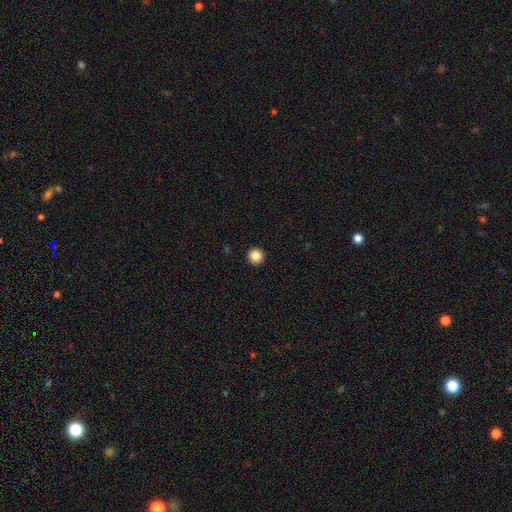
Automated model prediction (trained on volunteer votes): Smooth or featured? smooth (86%)
How rounded? round (96%)
Merging? none (94%)